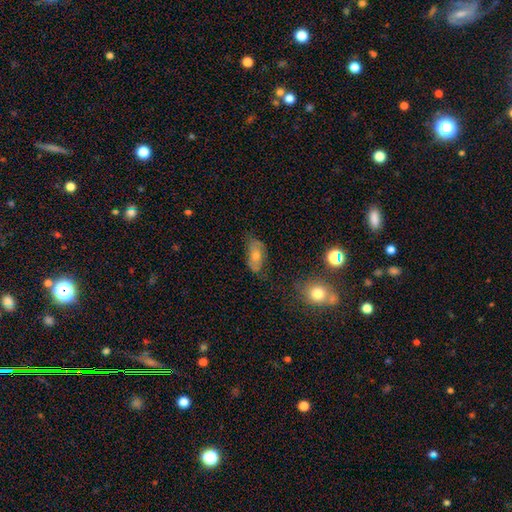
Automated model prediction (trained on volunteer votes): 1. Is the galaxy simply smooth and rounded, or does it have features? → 47% smooth, 39% featured or disk, 14% star or artifact.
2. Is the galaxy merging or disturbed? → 64% none, 24% minor disturbance, 9% major disturbance, 3% merger.